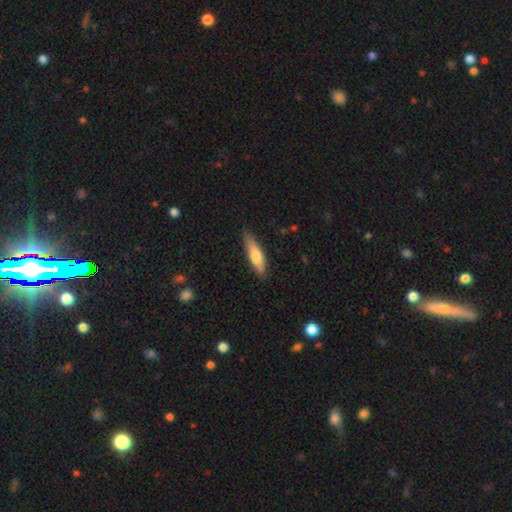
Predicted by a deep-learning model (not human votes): A smooth galaxy with no disk features (63%) that is cigar-shaped (69%).

Vote fractions:
- Smooth or featured? smooth: 63% / featured or disk: 31% / star or artifact: 5%
- How rounded? cigar-shaped: 69% / in between: 30% / round: 2%
- Merging? none: 82% / minor disturbance: 14% / major disturbance: 2% / merger: 1%